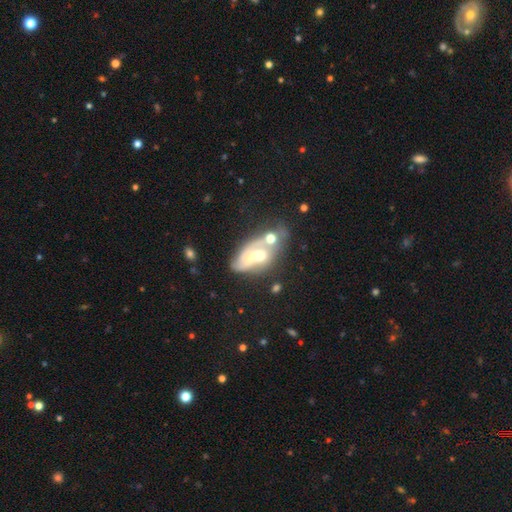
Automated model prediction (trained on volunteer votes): Overall: featured or disk (58%; smooth 30%). Edge-on disk: no (93%). Bar: no (66%; weak 26%). Spiral arms: yes (64%; no 36%). Bulge size: moderate (41%; small 39%). Merging: merger (40%; none 27%).